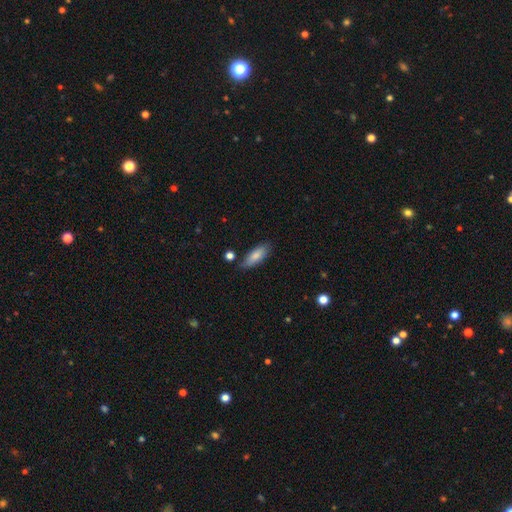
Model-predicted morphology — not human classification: A smooth galaxy with no disk features (80%) that is in between round and cigar-shaped (68%).

Vote fractions:
- Smooth or featured? smooth: 80% / featured or disk: 13% / star or artifact: 6%
- How rounded? in between: 68% / cigar-shaped: 30% / round: 2%
- Merging? none: 76% / minor disturbance: 16% / merger: 4% / major disturbance: 3%